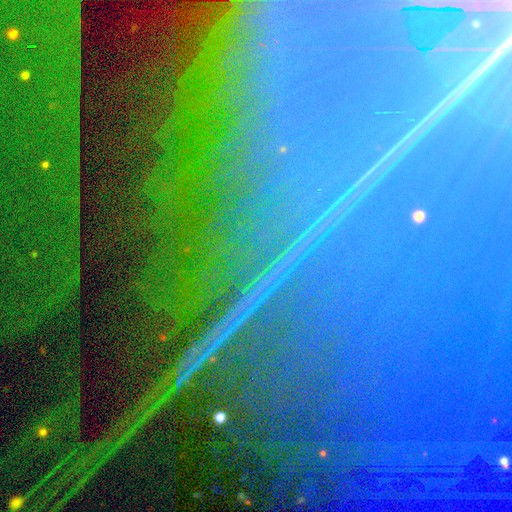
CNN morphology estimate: smooth_or_featured: star or artifact (p=0.88) [alt: featured or disk p=0.07]